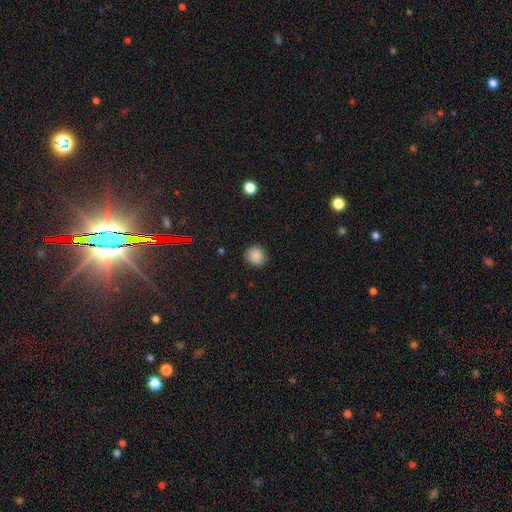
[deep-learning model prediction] smooth 86%, star or artifact 10%, featured or disk 4%. Down the decision tree: how rounded — round (87%); merging — none (88%).